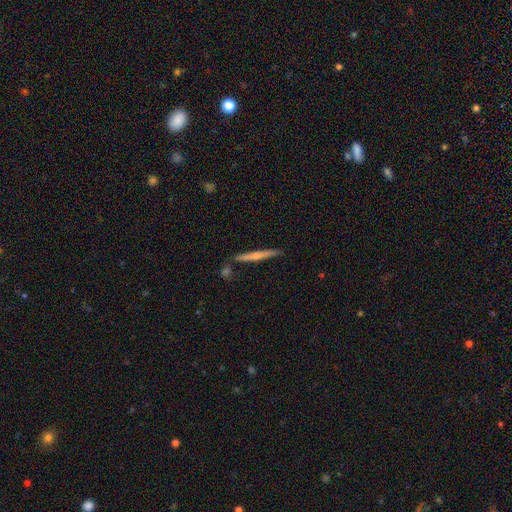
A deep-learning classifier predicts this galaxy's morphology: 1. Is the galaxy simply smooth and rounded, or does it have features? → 48% smooth, 46% featured or disk, 6% star or artifact.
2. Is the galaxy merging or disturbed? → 82% none, 10% minor disturbance, 5% merger, 2% major disturbance.